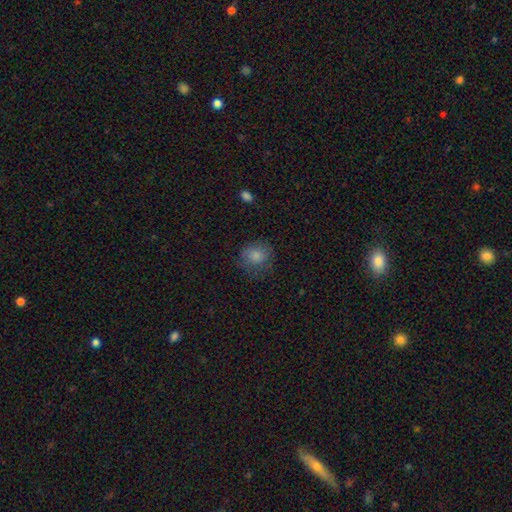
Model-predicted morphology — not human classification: This appears to be a smooth galaxy with no disk features (81%) that is round (80%). Merging: none (70%).